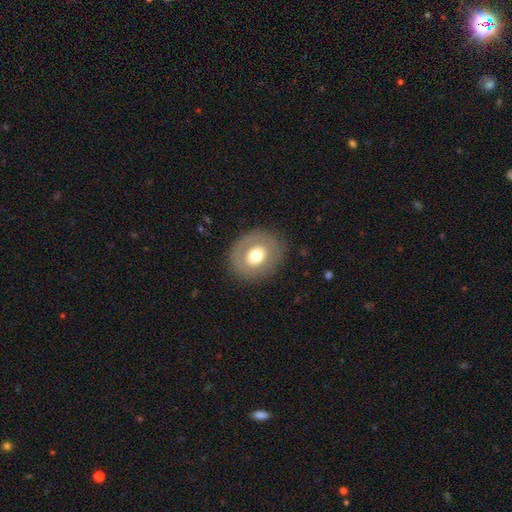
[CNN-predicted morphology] A smooth galaxy with no disk features (61%) that is round (67%). Merging: none (84%).